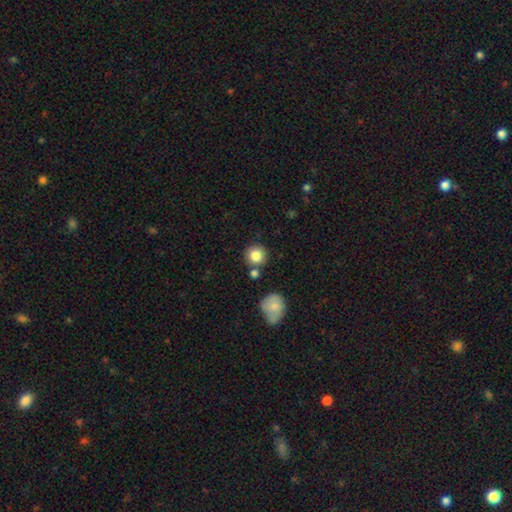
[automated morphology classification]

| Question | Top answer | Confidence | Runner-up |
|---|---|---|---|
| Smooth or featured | smooth | 84% | star or artifact (9%) |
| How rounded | round | 92% | in between (7%) |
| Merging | none | 78% | merger (10%) |